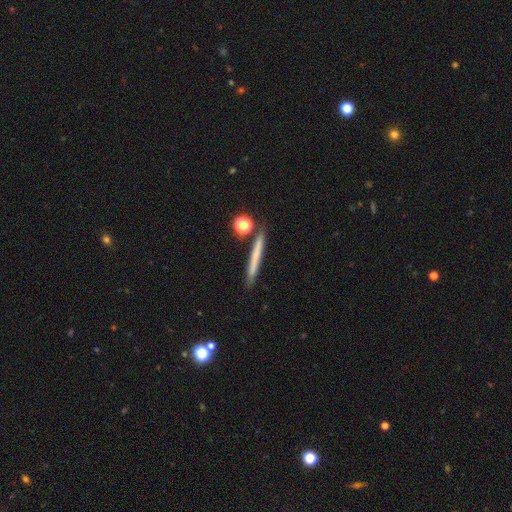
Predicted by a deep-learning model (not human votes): smooth 62%, featured or disk 30%, star or artifact 8%. Down the decision tree: how rounded — cigar-shaped (94%); merging — none (85%).